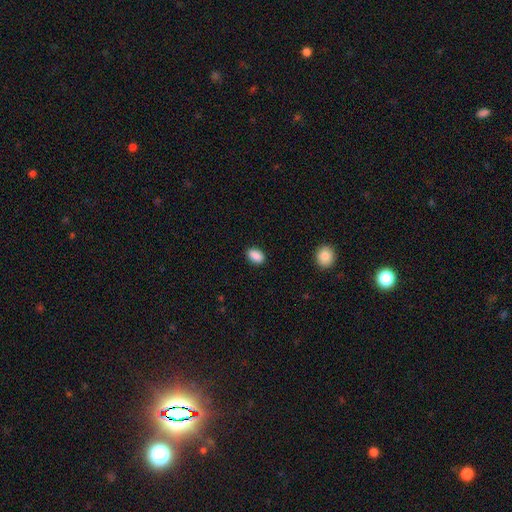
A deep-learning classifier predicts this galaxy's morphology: Overall: smooth (89%). How rounded: in between (85%). Merging: none (88%).